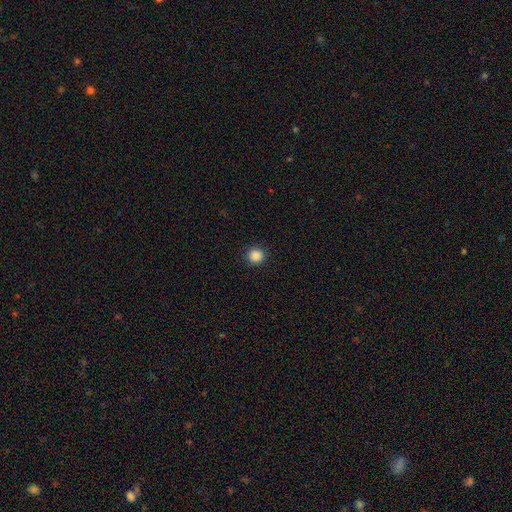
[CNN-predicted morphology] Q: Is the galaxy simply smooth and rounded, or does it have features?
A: smooth — 87%.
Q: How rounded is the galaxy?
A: round — 92%.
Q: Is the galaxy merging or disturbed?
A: none — 91%.